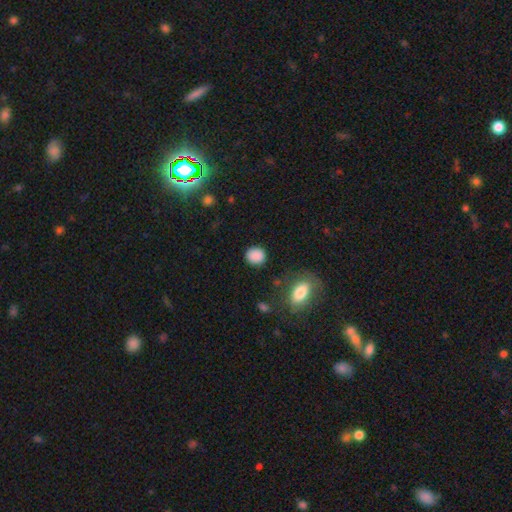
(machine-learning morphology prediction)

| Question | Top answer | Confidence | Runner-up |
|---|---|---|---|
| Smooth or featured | smooth | 87% | star or artifact (9%) |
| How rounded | round | 81% | in between (17%) |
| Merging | none | 86% | minor disturbance (9%) |